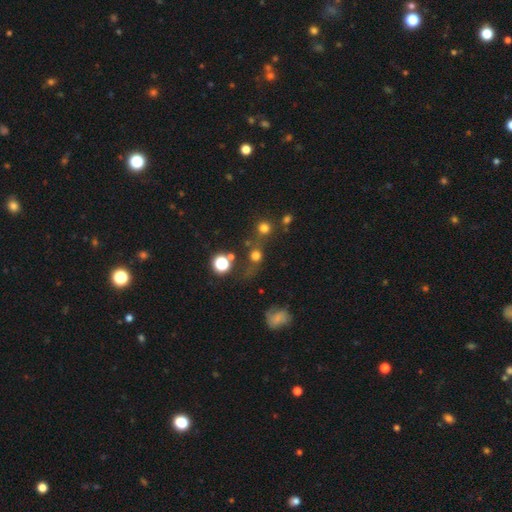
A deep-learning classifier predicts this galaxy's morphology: This appears to be a smooth galaxy with no disk features (63%) that is round (87%). Merging: none (56%).